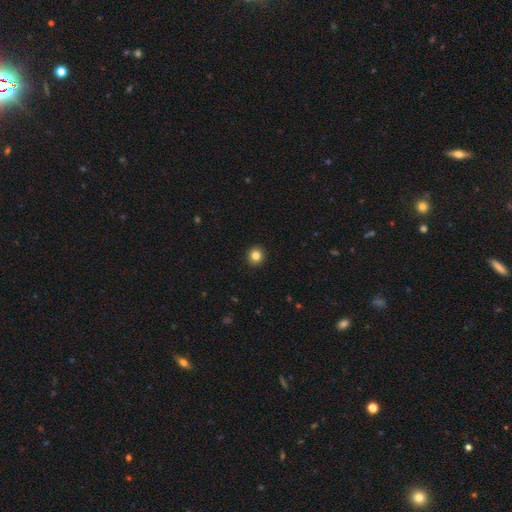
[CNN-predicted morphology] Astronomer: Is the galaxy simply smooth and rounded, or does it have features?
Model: smooth — 83%.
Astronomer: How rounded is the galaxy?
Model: round — 91%.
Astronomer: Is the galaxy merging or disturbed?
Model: none — 93%.